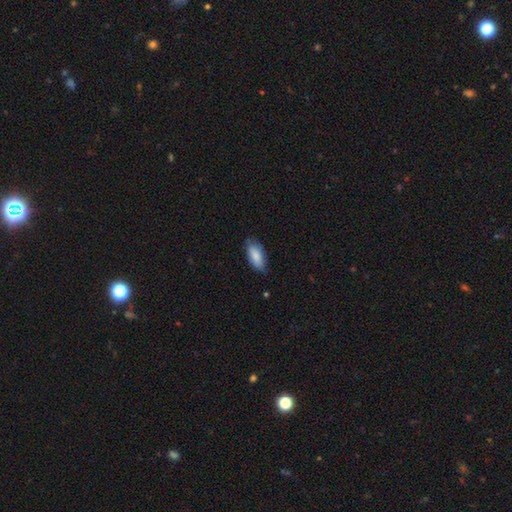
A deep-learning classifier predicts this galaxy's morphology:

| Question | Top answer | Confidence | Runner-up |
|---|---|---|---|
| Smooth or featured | smooth | 85% | featured or disk (9%) |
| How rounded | in between | 87% | cigar-shaped (11%) |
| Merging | none | 74% | minor disturbance (22%) |